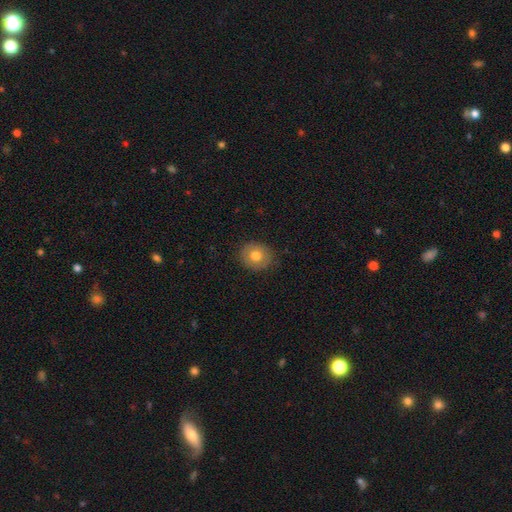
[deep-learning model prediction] Smooth or featured? Predicted: smooth (p=0.75). How rounded? Predicted: round (p=0.76). Merging? Predicted: none (p=0.85).